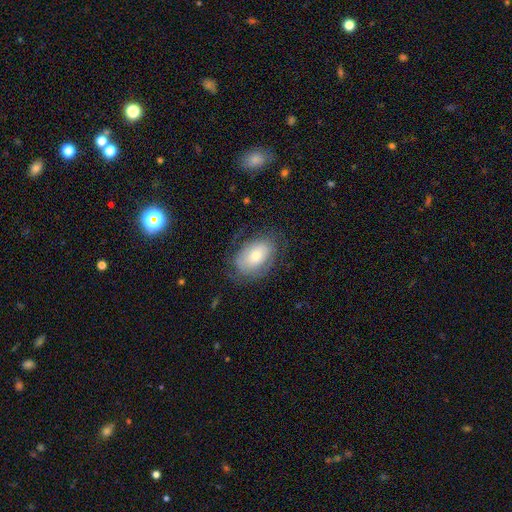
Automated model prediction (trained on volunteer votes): Smooth or featured? Predicted: smooth (p=0.59). How rounded? Predicted: in between (p=0.87). Merging? Predicted: none (p=0.68).